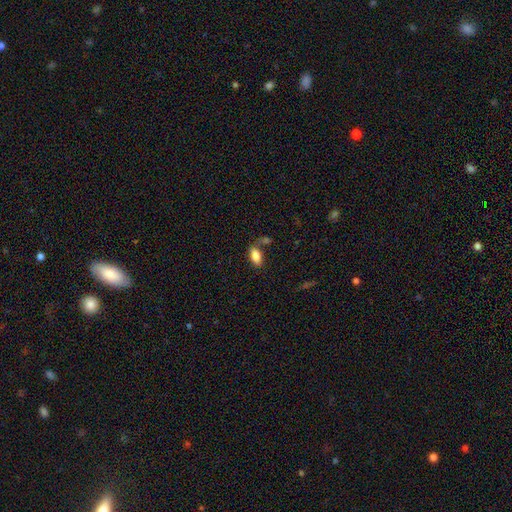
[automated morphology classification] Smooth or featured? Predicted: smooth (p=0.85). How rounded? Predicted: in between (p=0.92). Merging? Predicted: none (p=0.62).